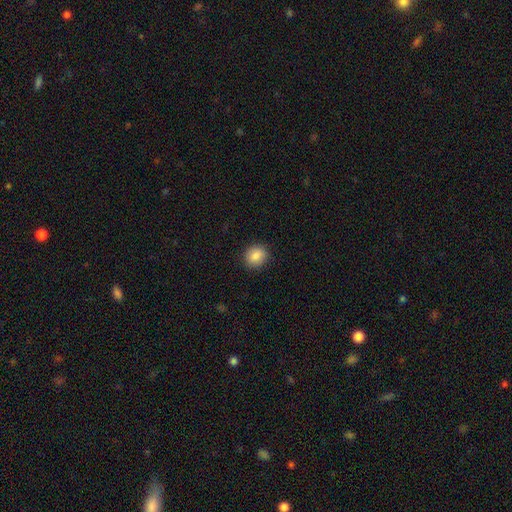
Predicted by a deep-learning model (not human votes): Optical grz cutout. It shows a smooth galaxy with no disk features (86%) that is round (73%). Merging: none (89%).